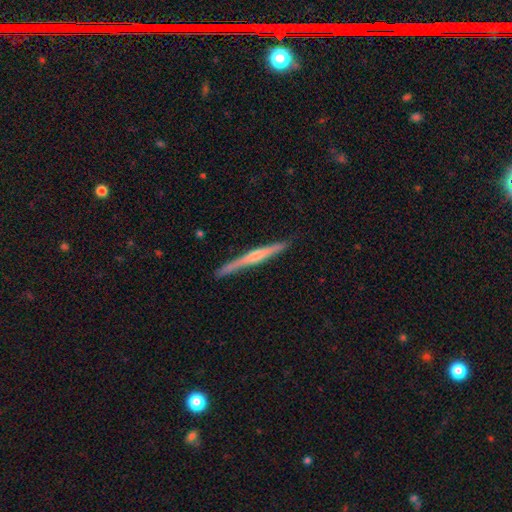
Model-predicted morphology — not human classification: A featured or disk galaxy (64%) viewed edge-on (98%) with a rounded central bulge (52%). Merging: none (87%).